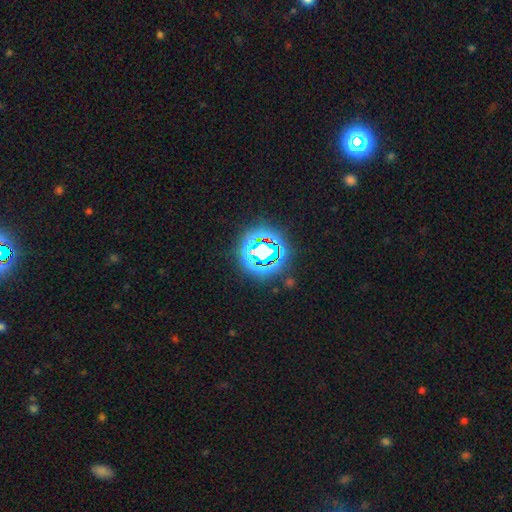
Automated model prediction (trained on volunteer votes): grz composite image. It shows a star or artifact, not a galaxy (71%).